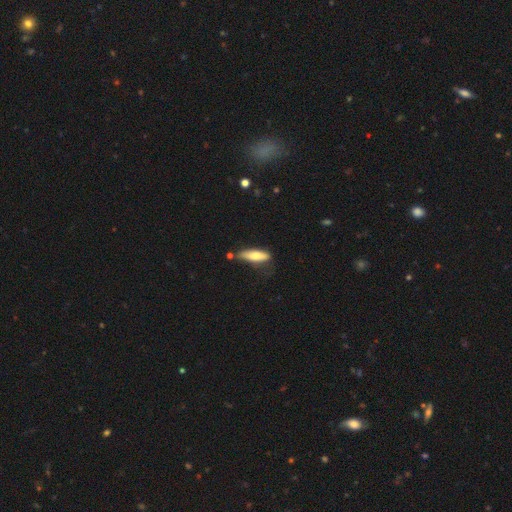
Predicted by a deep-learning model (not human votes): The model was most divided on "how rounded": cigar-shaped: 57%, in between: 41%, round: 2%. More confident: smooth or featured — smooth (68%); merging — none (58%).